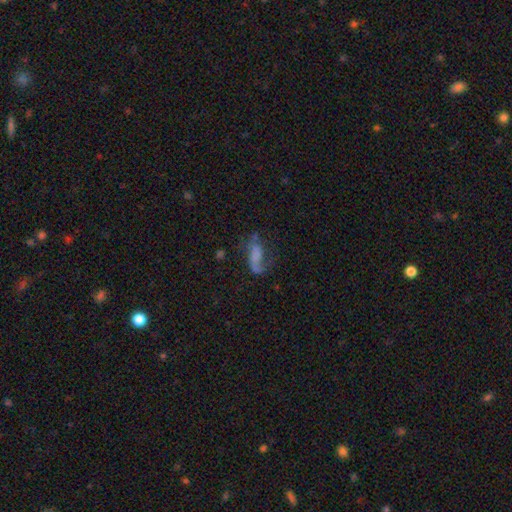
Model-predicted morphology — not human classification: A featured or disk galaxy (49%). Merging: major disturbance (37%).